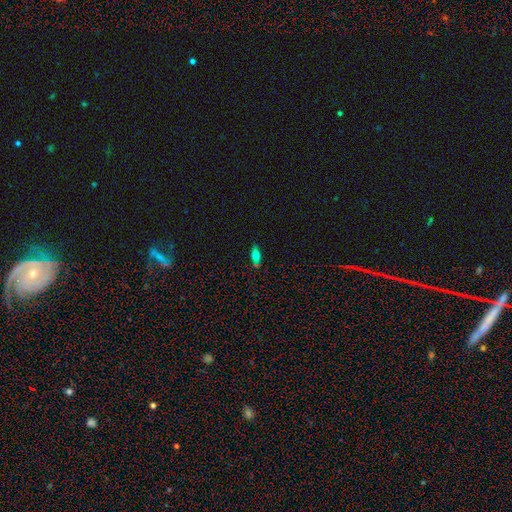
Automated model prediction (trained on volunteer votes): This is likely a smooth galaxy (70%). How rounded: likely in between (78%). Merging: likely none (72%).